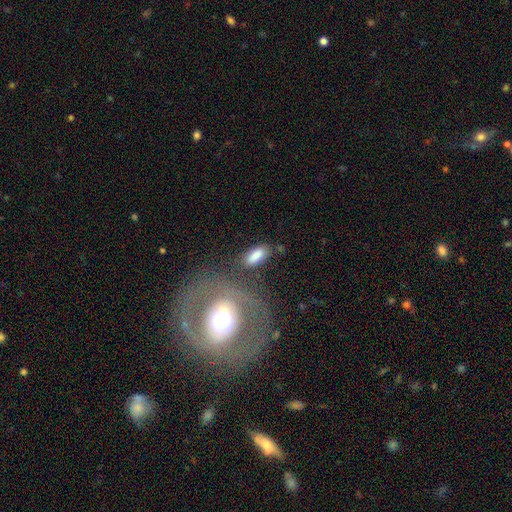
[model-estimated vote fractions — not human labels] Overall: smooth (82%). How rounded: in between (82%). Merging: none (75%).